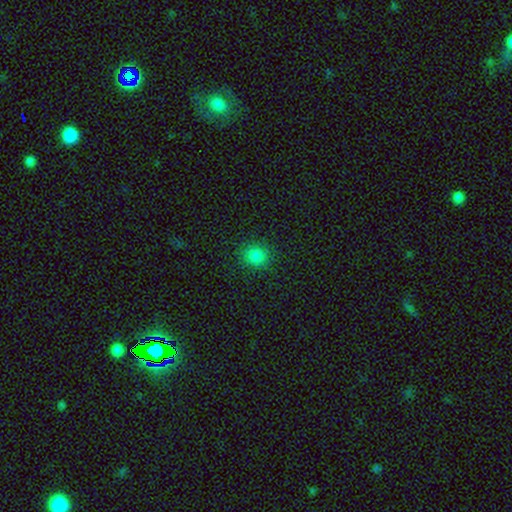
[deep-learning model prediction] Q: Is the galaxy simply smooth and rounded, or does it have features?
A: smooth — 84%.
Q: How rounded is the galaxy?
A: round — 86%.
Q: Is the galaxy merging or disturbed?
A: none — 89%.